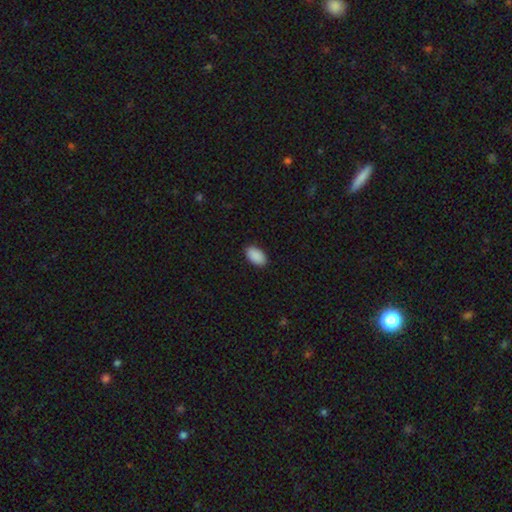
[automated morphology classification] smooth 91%, star or artifact 6%, featured or disk 2%. Down the decision tree: how rounded — in between (94%); merging — none (89%).